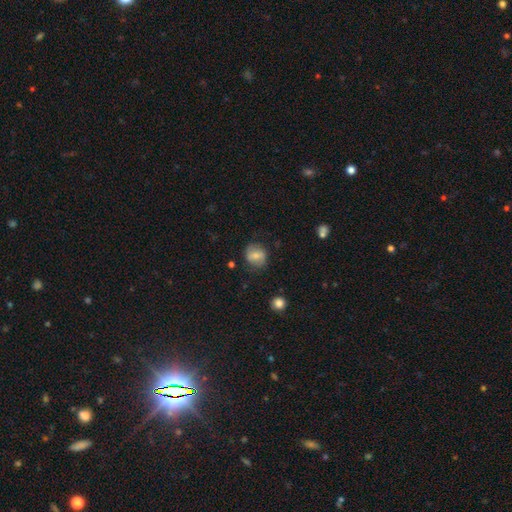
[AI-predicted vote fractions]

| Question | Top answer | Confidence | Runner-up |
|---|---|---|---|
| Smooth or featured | smooth | 63% | featured or disk (29%) |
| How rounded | round | 71% | in between (27%) |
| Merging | none | 76% | minor disturbance (16%) |